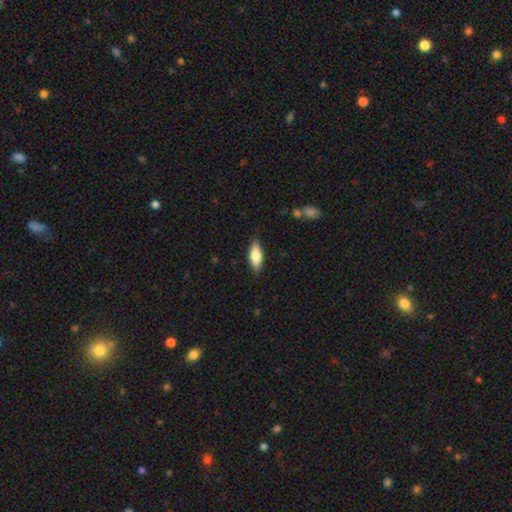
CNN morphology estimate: A smooth galaxy with no disk features (72%) that is in between round and cigar-shaped (71%). Merging: none (83%).